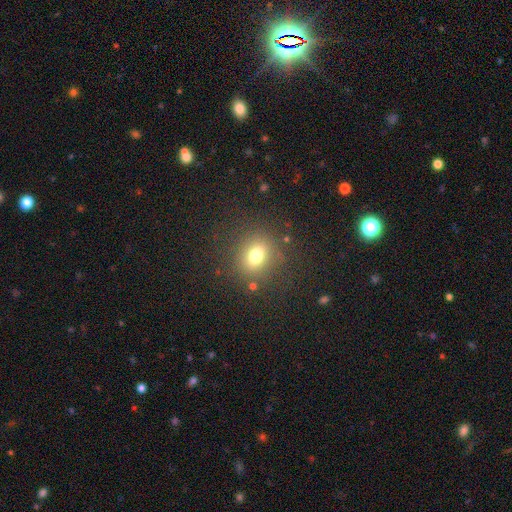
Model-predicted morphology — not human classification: A smooth galaxy with no disk features (73%) that is round (63%).

Vote fractions:
- Smooth or featured? smooth: 73% / star or artifact: 16% / featured or disk: 11%
- How rounded? round: 63% / in between: 35% / cigar-shaped: 1%
- Merging? none: 82% / minor disturbance: 10% / major disturbance: 5% / merger: 3%